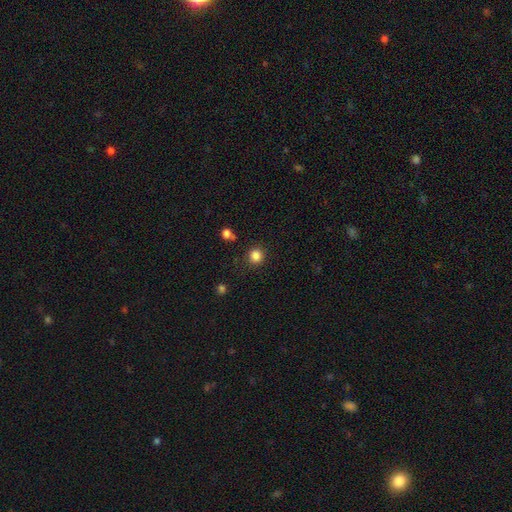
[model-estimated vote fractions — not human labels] Smooth or featured? smooth (84%)
How rounded? round (91%)
Merging? none (87%)